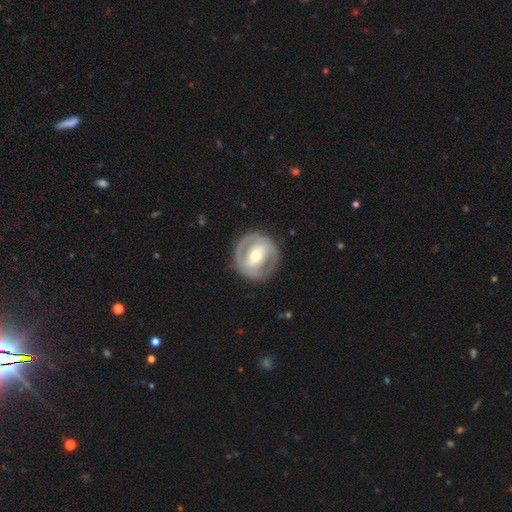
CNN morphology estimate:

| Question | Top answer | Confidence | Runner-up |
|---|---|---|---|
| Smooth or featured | featured or disk | 73% | smooth (22%) |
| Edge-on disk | no | 96% | yes (4%) |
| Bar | strong | 39% | weak (35%) |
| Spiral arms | yes | 65% | no (35%) |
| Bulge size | moderate | 68% | small (25%) |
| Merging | none | 84% | minor disturbance (10%) |